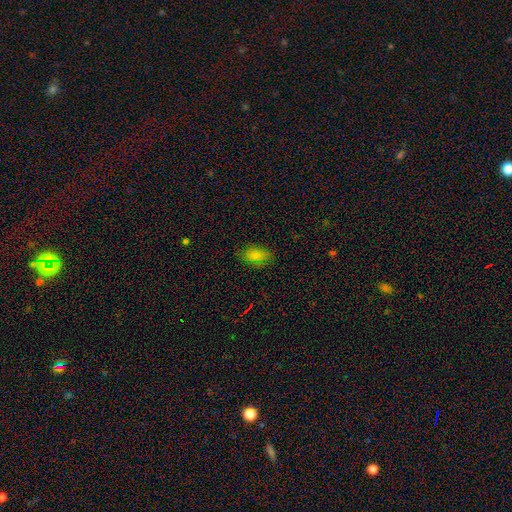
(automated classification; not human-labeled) A smooth galaxy with no disk features (79%) that is in between round and cigar-shaped (90%). Merging: none (79%).